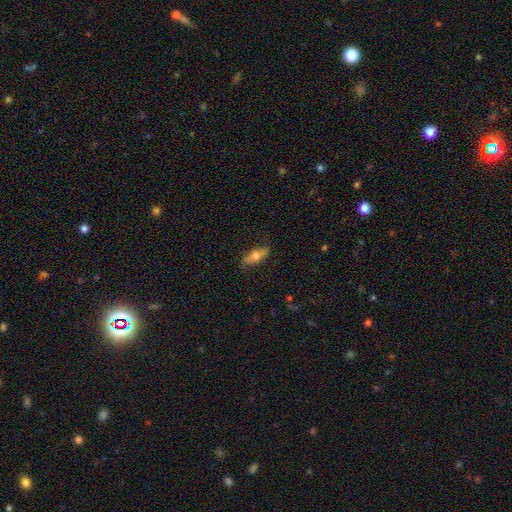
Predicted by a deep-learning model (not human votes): smooth-or-featured: smooth: 54% | featured or disk: 39% | star or artifact: 7%
  how-rounded: in between: 56% | cigar-shaped: 41% | round: 4%
  merging: none: 82% | minor disturbance: 14% | major disturbance: 3% | merger: 1%